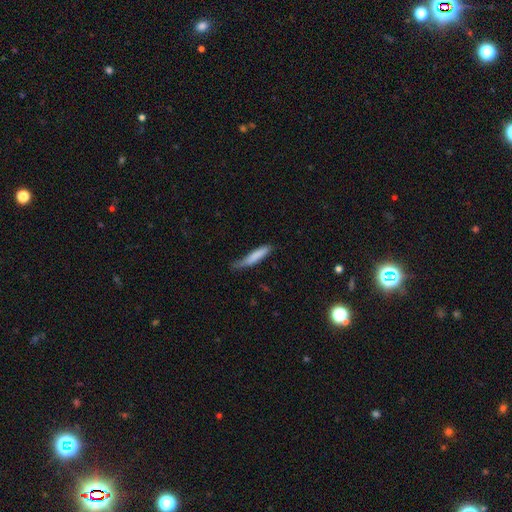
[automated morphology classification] Smooth or featured? Predicted: smooth (p=0.79). How rounded? Predicted: cigar-shaped (p=0.86). Merging? Predicted: none (p=0.47).